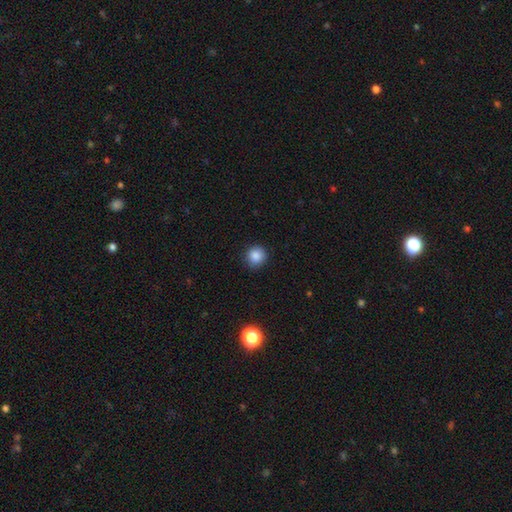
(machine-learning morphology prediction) The model was most divided on "smooth or featured": smooth: 87%, star or artifact: 10%, featured or disk: 4%. More confident: how rounded — round (91%); merging — none (87%).